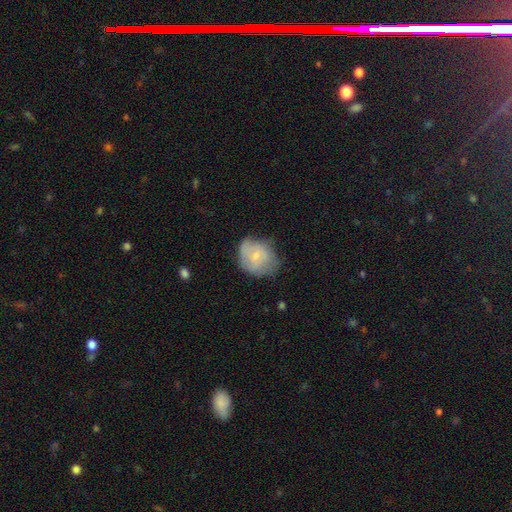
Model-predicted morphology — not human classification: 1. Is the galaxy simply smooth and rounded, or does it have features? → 62% smooth, 31% featured or disk, 7% star or artifact.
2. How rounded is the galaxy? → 56% round, 43% in between, 1% cigar-shaped.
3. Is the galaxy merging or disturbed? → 49% none, 36% minor disturbance, 13% major disturbance, 2% merger.